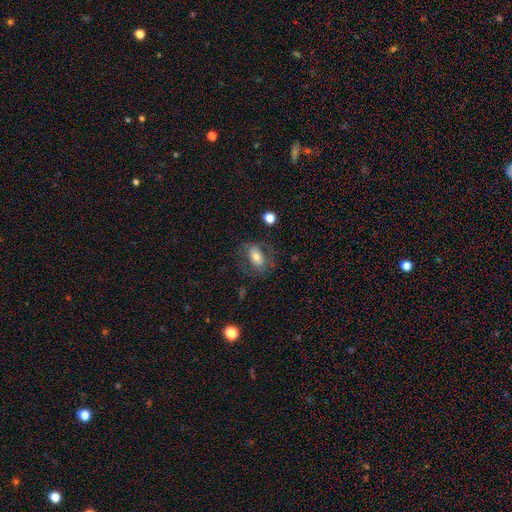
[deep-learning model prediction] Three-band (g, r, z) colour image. It shows a smooth galaxy with no disk features (63%) that is in between round and cigar-shaped (86%). Merging: none (63%).